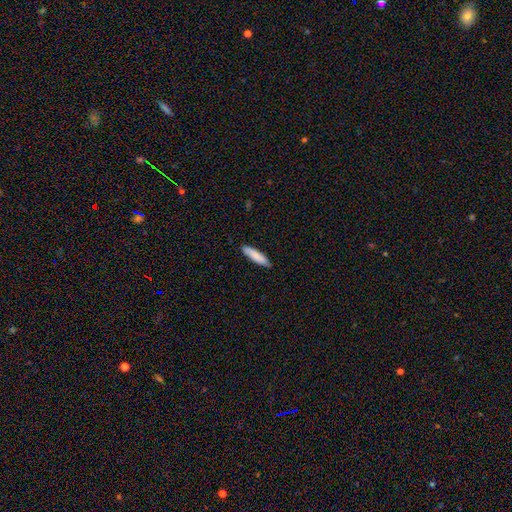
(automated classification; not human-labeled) smooth_or_featured: smooth (p=0.85) [alt: featured or disk p=0.10]
how_rounded: cigar-shaped (p=0.76) [alt: in between p=0.23]
merging: none (p=0.87) [alt: minor disturbance p=0.10]